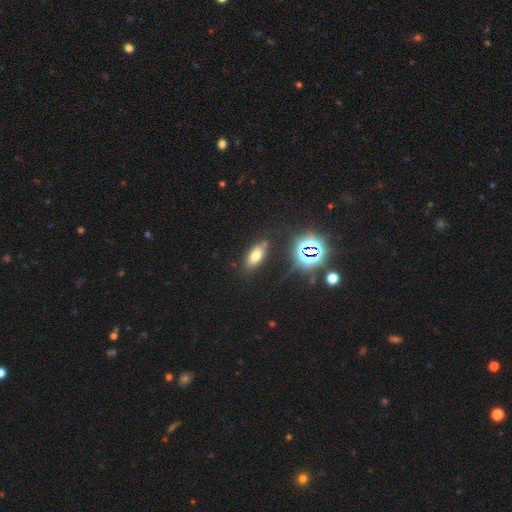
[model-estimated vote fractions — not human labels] The model was most divided on "smooth or featured": smooth: 61%, star or artifact: 23%, featured or disk: 16%. More confident: how rounded — in between (82%); merging — none (79%).